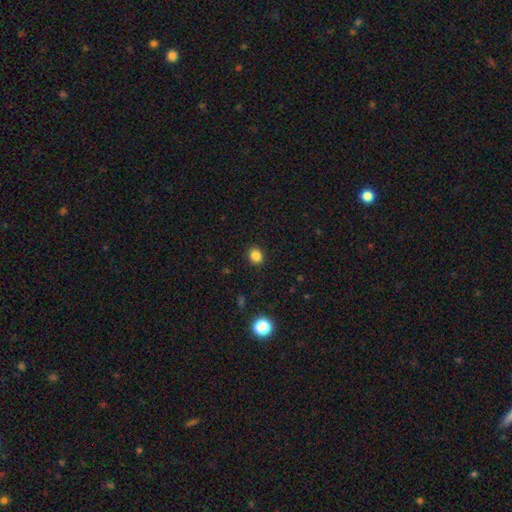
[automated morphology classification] This is clearly a smooth galaxy (84%). How rounded: likely round (76%). Merging: clearly none (90%).